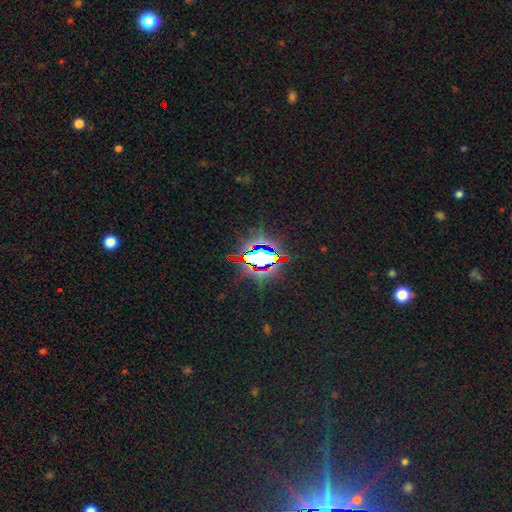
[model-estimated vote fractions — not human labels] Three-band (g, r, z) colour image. It shows a star or artifact, not a galaxy (75%).